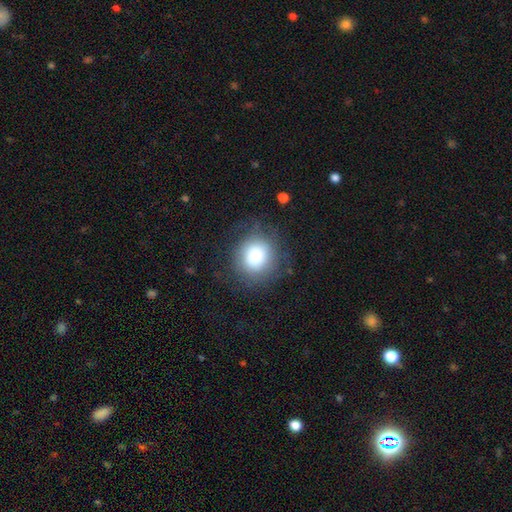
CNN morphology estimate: Smooth or featured: smooth — 79% (featured or disk — 11%)
How rounded: round — 86% (in between — 13%)
Merging: none — 72% (minor disturbance — 16%)